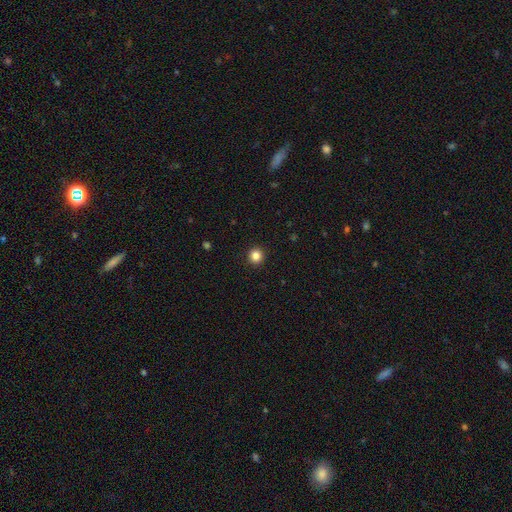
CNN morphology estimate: smooth 85%, star or artifact 11%, featured or disk 4%. Down the decision tree: how rounded — round (94%); merging — none (93%).